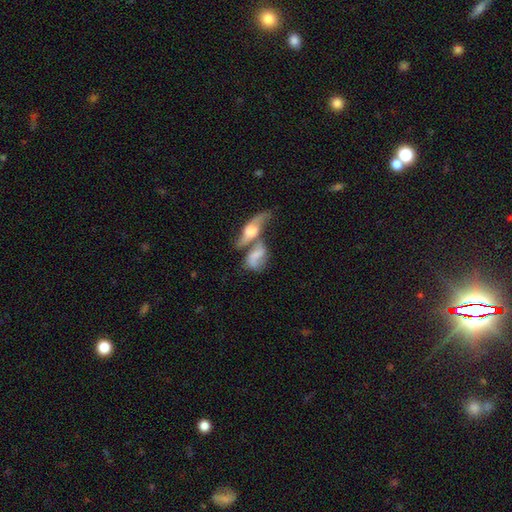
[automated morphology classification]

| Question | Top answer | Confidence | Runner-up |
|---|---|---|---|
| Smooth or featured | featured or disk | 57% | smooth (35%) |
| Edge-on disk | no | 84% | yes (16%) |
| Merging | merger | 67% | none (17%) |